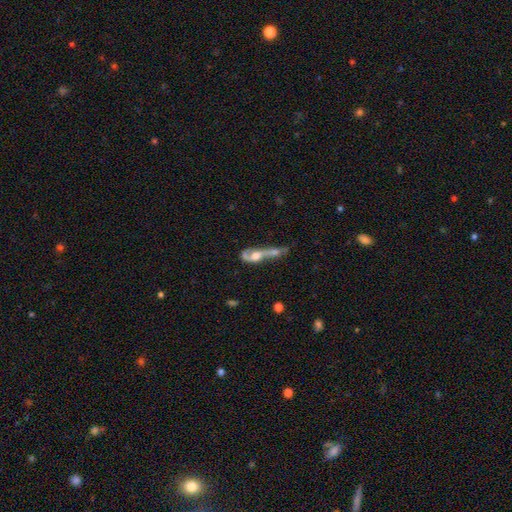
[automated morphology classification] This appears to be a featured or disk galaxy (62%) with no bar (73%), spiral arms (68%) and a moderate central bulge (42%). Merging: merger (57%).